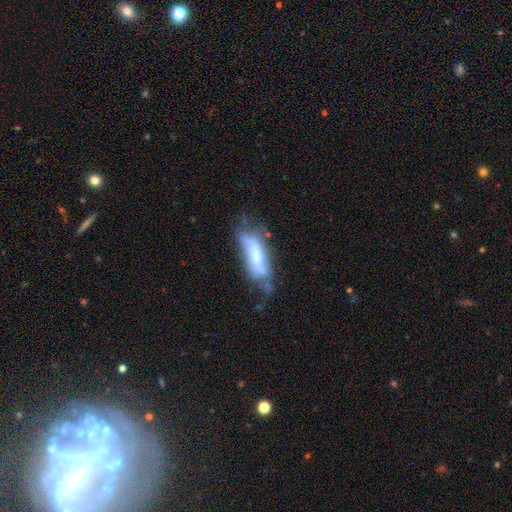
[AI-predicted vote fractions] smooth-or-featured: smooth: 55% | featured or disk: 37% | star or artifact: 8%
  how-rounded: in between: 56% | cigar-shaped: 42% | round: 2%
  merging: none: 38% | minor disturbance: 34% | major disturbance: 21% | merger: 7%